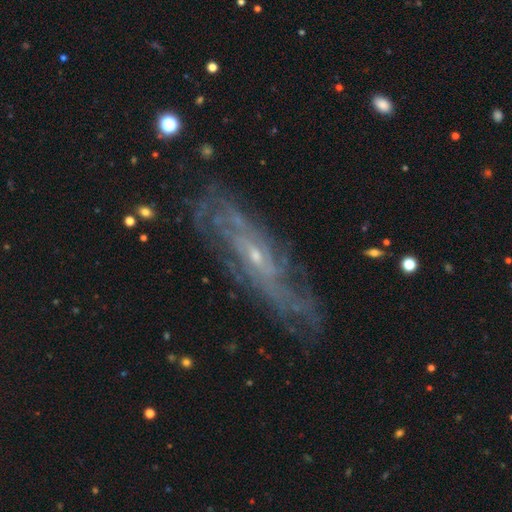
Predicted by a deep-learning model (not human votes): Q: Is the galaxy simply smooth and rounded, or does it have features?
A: featured or disk — 78%.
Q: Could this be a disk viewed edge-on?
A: no — 68%.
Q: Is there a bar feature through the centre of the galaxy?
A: no — 64%.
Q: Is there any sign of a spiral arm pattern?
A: yes — 87%.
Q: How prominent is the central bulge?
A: small — 80%.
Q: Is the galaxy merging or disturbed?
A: none — 78%.